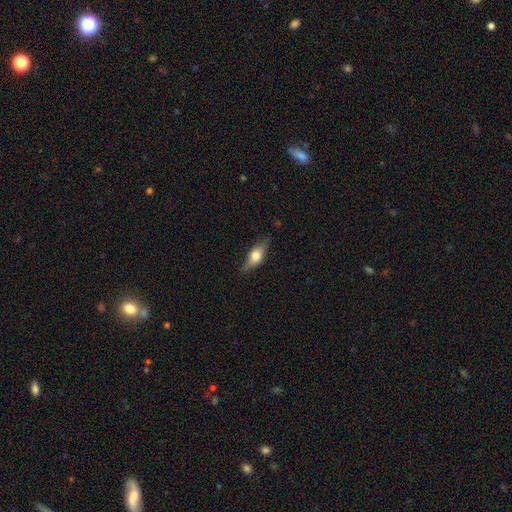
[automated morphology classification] Smooth or featured? smooth (51%)
How rounded? in between (67%)
Merging? none (78%)